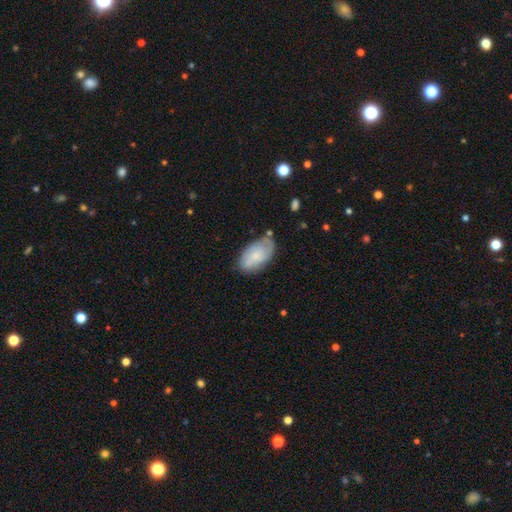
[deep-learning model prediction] smooth 52%, featured or disk 41%, star or artifact 7%. Down the decision tree: how rounded — in between (93%); merging — none (65%).